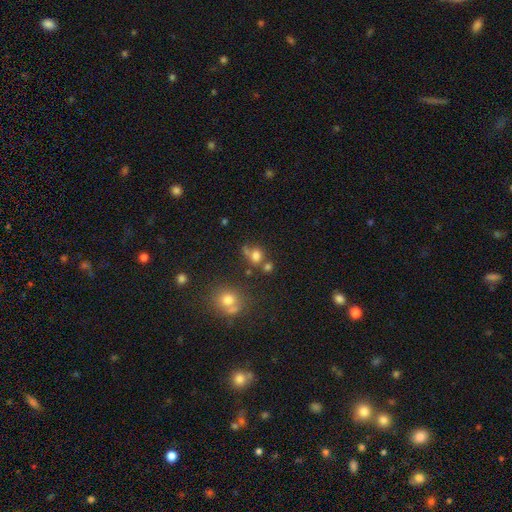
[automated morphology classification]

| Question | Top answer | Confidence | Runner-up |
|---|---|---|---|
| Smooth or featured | smooth | 74% | star or artifact (16%) |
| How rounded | round | 72% | in between (26%) |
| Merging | none | 49% | merger (28%) |